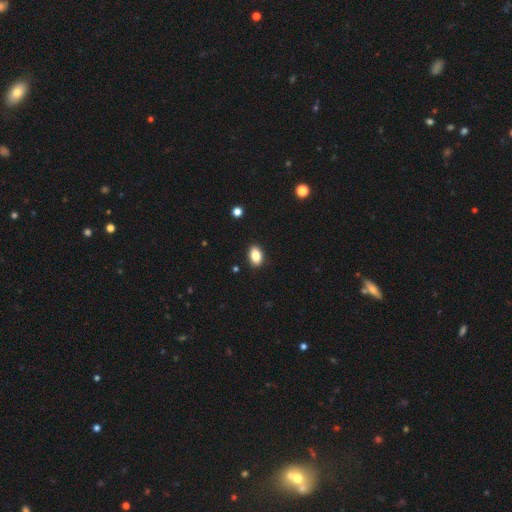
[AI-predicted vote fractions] smooth 85%, star or artifact 9%, featured or disk 7%. Down the decision tree: how rounded — in between (88%); merging — none (89%).